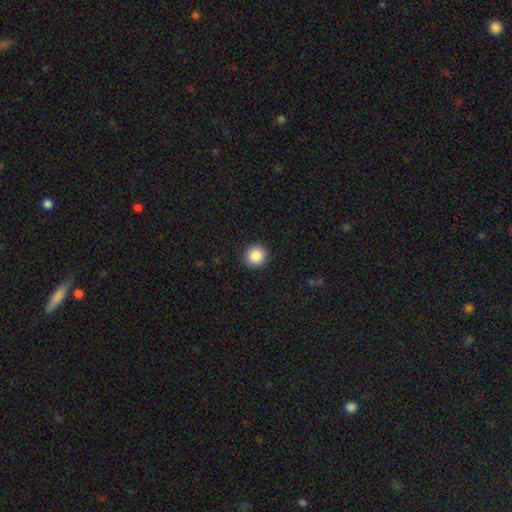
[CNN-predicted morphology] Smooth or featured?
  - smooth: 88% *
  - star or artifact: 9%
  - featured or disk: 3%
How rounded?
  - round: 94% *
  - in between: 5%
  - cigar-shaped: 1%
Merging?
  - none: 92% *
  - minor disturbance: 5%
  - major disturbance: 2%
  - merger: 1%